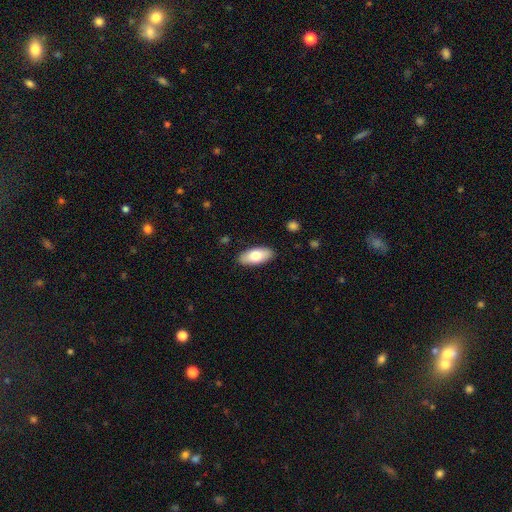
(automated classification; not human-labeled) This is likely a smooth galaxy (76%). How rounded: clearly in between (89%). Merging: clearly none (88%).